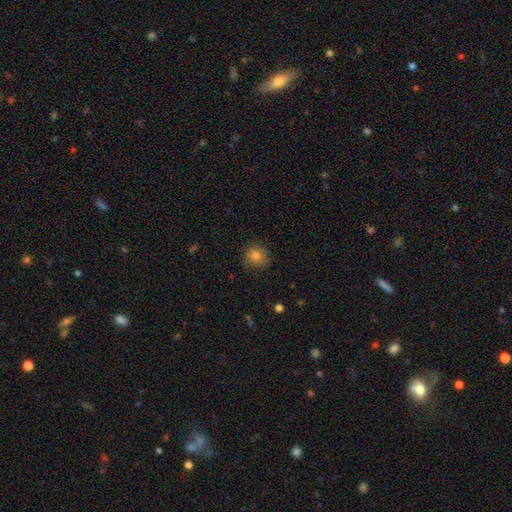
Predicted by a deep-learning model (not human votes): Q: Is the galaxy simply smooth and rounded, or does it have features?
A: smooth — 78%.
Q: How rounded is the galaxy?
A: round — 85%.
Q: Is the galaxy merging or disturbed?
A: none — 80%.